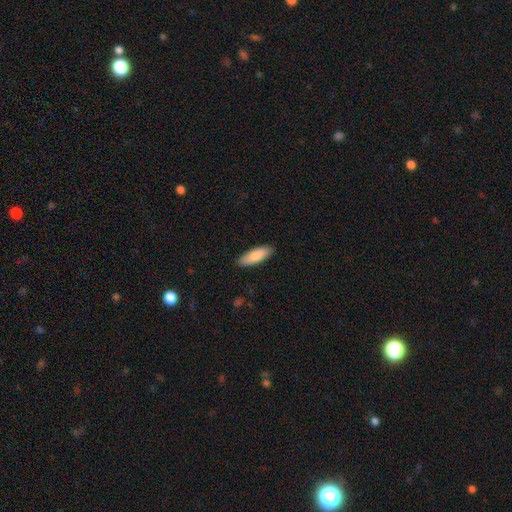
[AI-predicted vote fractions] This is clearly a smooth galaxy (85%). How rounded: likely in between (61%). Merging: clearly none (89%).